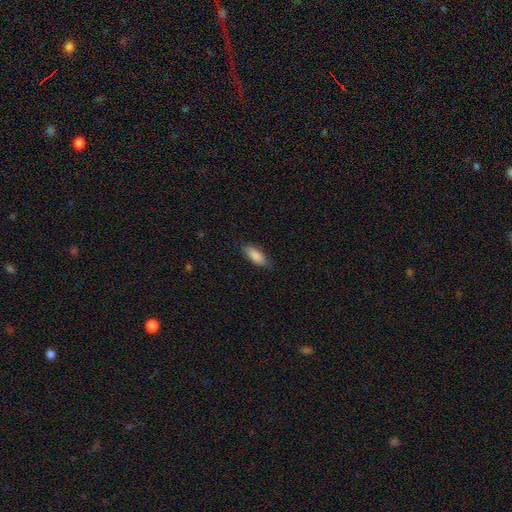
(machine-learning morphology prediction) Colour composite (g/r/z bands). It shows a smooth galaxy with no disk features (88%) that is in between round and cigar-shaped (77%). Merging: none (84%).